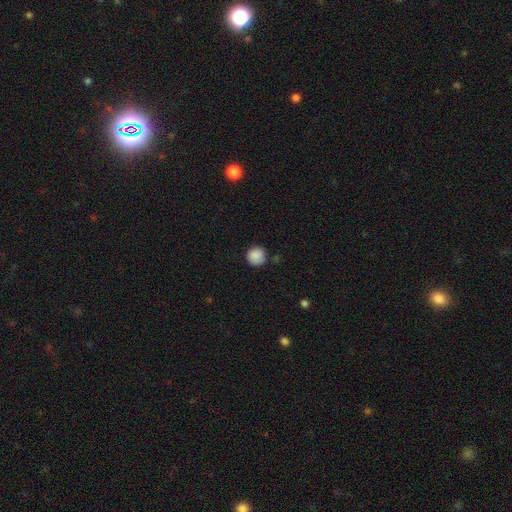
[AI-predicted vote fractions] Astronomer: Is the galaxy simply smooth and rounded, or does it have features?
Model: smooth — 88%.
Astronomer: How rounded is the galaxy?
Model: round — 94%.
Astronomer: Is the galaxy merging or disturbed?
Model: none — 82%.